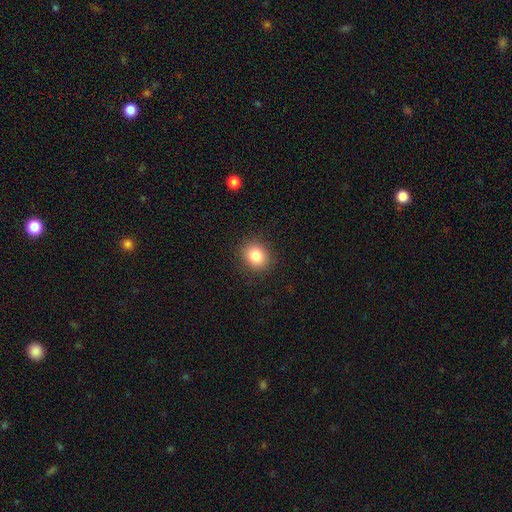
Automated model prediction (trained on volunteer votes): Smooth or featured? smooth (83%)
How rounded? round (71%)
Merging? none (88%)